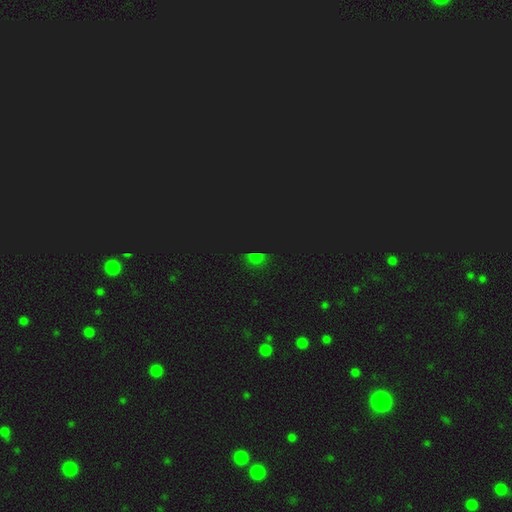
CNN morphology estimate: This appears to be a star or artifact, not a galaxy (56%).